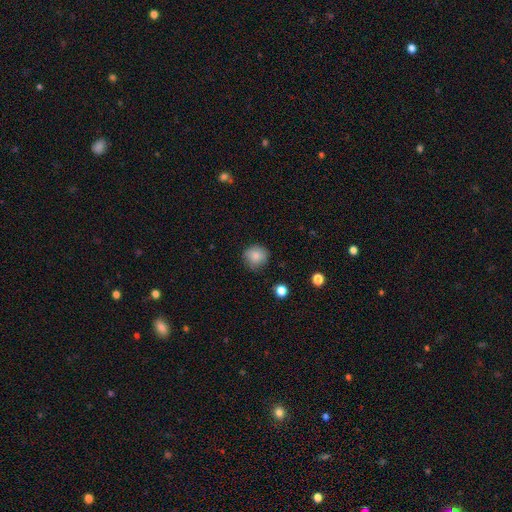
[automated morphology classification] Smooth or featured: smooth — 85% (star or artifact — 9%)
How rounded: round — 90% (in between — 9%)
Merging: none — 80% (minor disturbance — 15%)